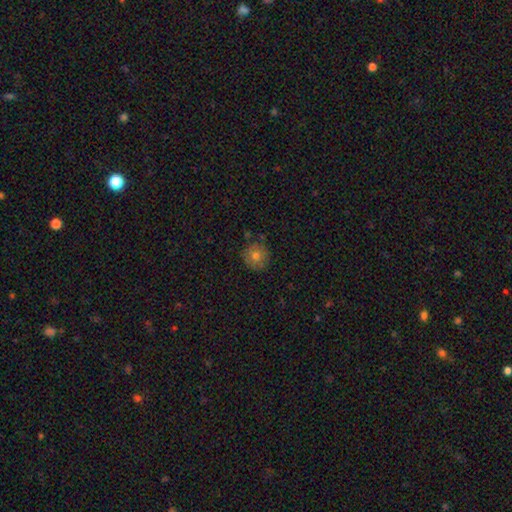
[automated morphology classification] The model was most divided on "smooth or featured": smooth: 70%, featured or disk: 18%, star or artifact: 12%. More confident: how rounded — round (93%); merging — none (82%).